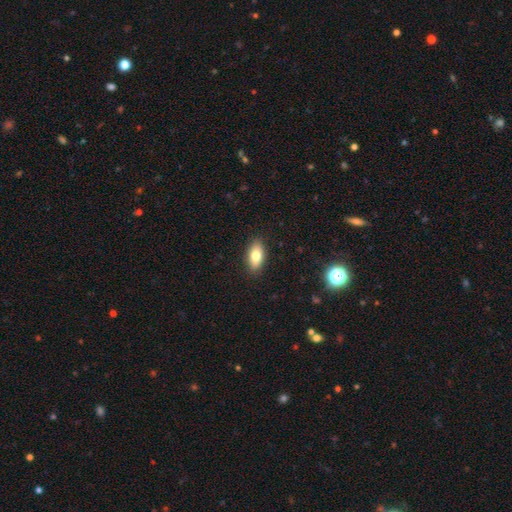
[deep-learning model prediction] The model was most divided on "smooth or featured": smooth: 76%, featured or disk: 16%, star or artifact: 8%. More confident: how rounded — in between (89%); merging — none (88%).